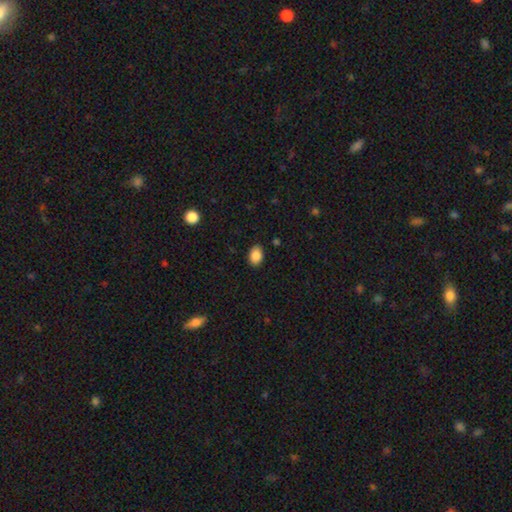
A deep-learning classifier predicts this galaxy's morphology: smooth_or_featured: smooth (p=0.88) [alt: star or artifact p=0.08]
how_rounded: in between (p=0.79) [alt: round p=0.20]
merging: none (p=0.88) [alt: minor disturbance p=0.09]